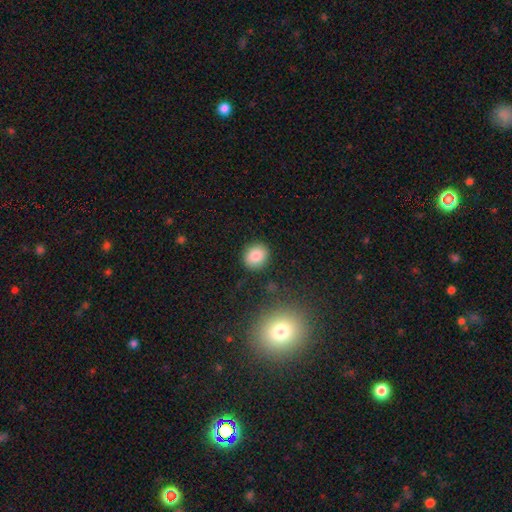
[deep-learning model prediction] This is clearly a smooth galaxy (85%). How rounded: likely round (73%). Merging: clearly none (88%).